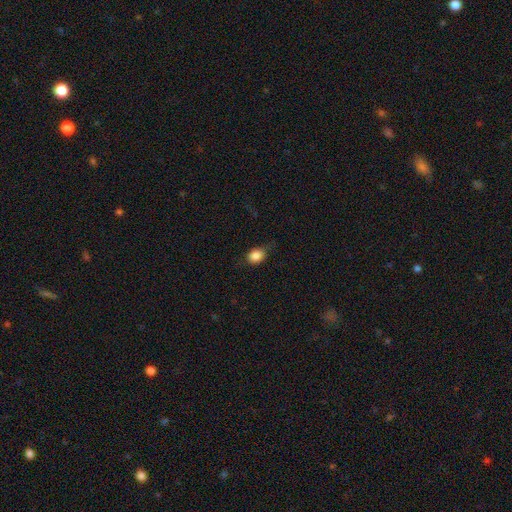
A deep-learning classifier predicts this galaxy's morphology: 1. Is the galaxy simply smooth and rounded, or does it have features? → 84% smooth, 9% star or artifact, 6% featured or disk.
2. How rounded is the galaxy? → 57% in between, 41% round, 1% cigar-shaped.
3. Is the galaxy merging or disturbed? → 70% none, 24% minor disturbance, 6% major disturbance, 1% merger.